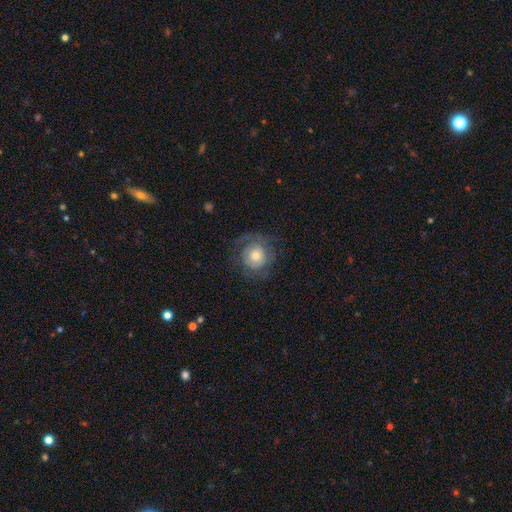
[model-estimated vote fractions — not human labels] Q: Smooth or featured?
A: featured or disk (46%); runner-up: smooth (45%)
Q: Merging?
A: none (67%); runner-up: minor disturbance (18%)